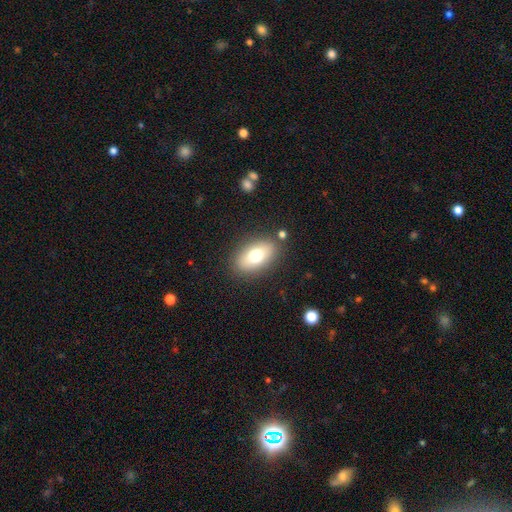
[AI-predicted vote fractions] Smooth or featured? smooth (74%)
How rounded? in between (89%)
Merging? none (84%)